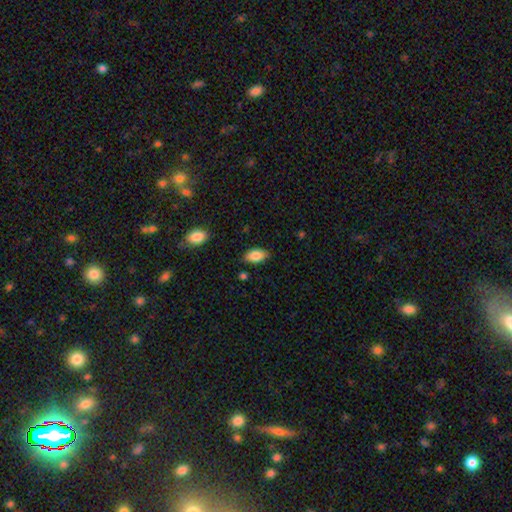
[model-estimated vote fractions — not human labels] Smooth or featured: smooth — 84% (featured or disk — 9%)
How rounded: in between — 93% (round — 4%)
Merging: none — 83% (minor disturbance — 13%)